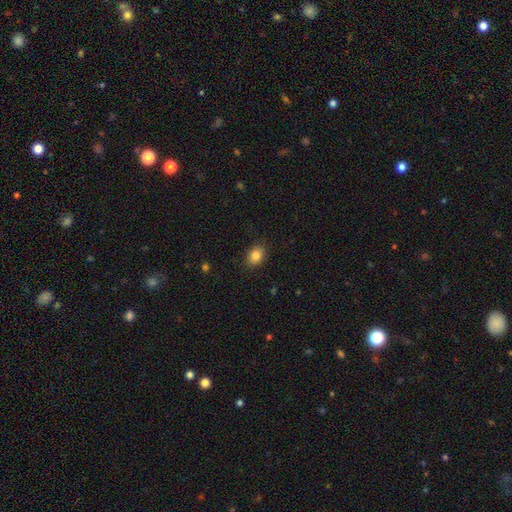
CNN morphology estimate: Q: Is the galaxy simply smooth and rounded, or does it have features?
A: smooth — 85%.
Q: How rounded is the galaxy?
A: in between — 70%.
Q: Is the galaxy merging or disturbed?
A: none — 88%.